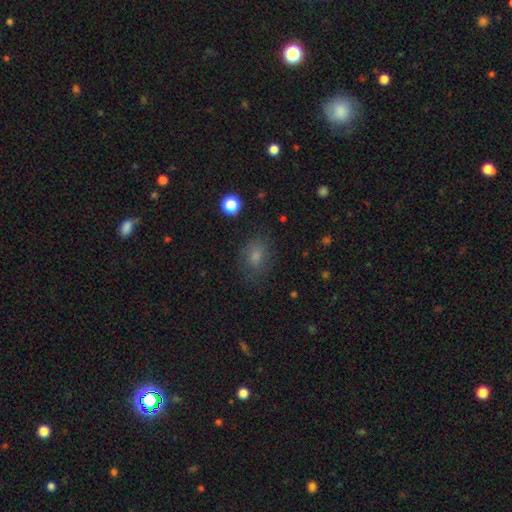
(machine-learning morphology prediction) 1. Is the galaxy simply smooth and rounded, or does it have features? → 76% smooth, 14% star or artifact, 10% featured or disk.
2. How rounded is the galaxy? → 66% in between, 33% round, 1% cigar-shaped.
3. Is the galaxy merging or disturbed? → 74% none, 17% minor disturbance, 7% major disturbance, 2% merger.